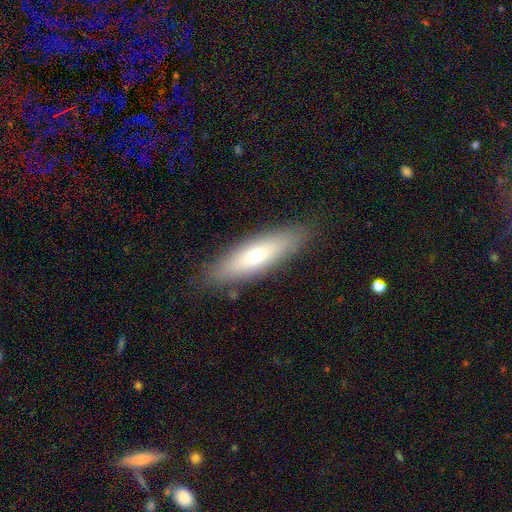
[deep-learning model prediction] Smooth or featured? Predicted: smooth (p=0.59). How rounded? Predicted: cigar-shaped (p=0.55). Merging? Predicted: none (p=0.87).